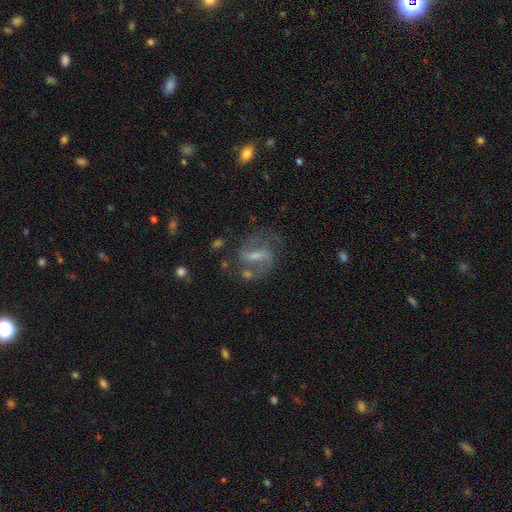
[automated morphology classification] This is likely a featured or disk galaxy (77%). It is clearly not viewed edge-on (95%). Bar: possibly strong (46%). Spiral arm pattern: clearly yes (91%). Spiral arm count: clearly 2 (87%). Spiral winding: possibly medium (53%). Central bulge: possibly small (46%). Merging: likely none (68%).